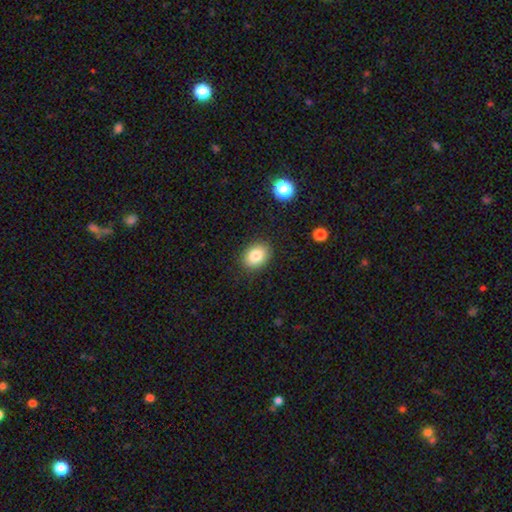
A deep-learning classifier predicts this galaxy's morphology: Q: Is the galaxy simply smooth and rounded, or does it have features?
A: smooth — 83%.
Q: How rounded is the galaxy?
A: in between — 63%.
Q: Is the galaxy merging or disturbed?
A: none — 88%.